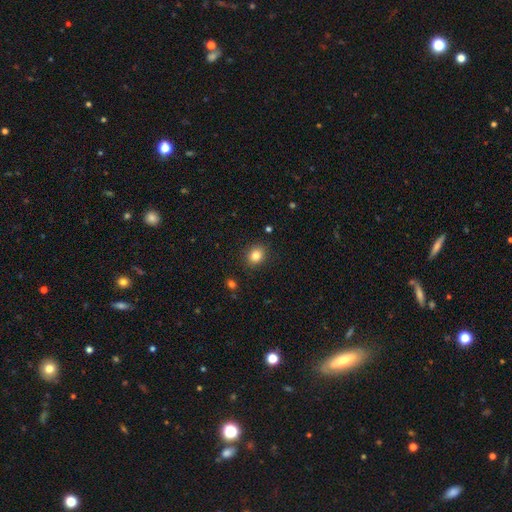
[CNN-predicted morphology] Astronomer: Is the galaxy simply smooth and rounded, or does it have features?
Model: smooth — 84%.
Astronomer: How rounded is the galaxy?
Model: round — 62%.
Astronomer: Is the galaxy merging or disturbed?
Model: none — 88%.